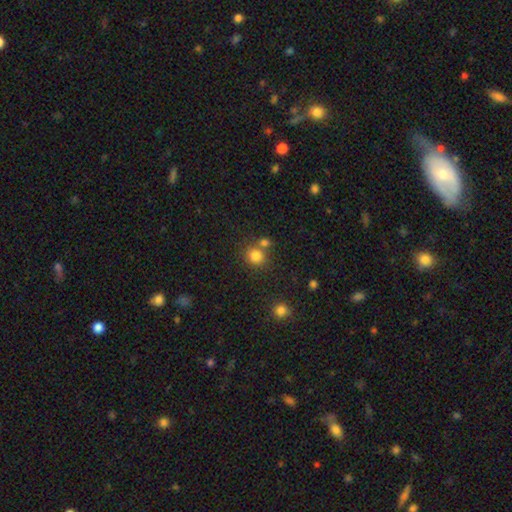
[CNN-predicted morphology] type=smooth (81%); roundness=round (81%); merging=none (62%).